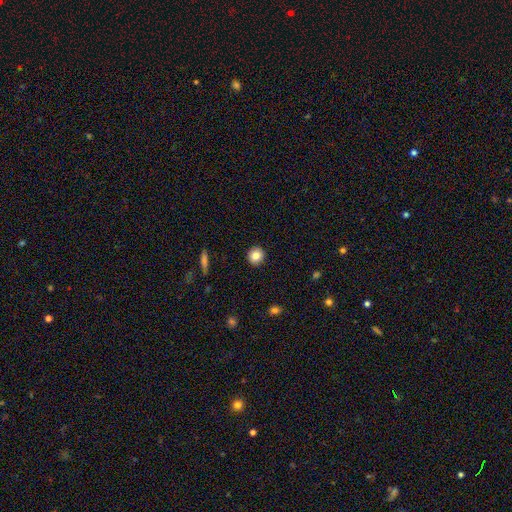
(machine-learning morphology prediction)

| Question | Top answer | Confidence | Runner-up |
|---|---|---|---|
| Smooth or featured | smooth | 83% | star or artifact (9%) |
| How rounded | round | 91% | in between (7%) |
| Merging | none | 92% | minor disturbance (5%) |